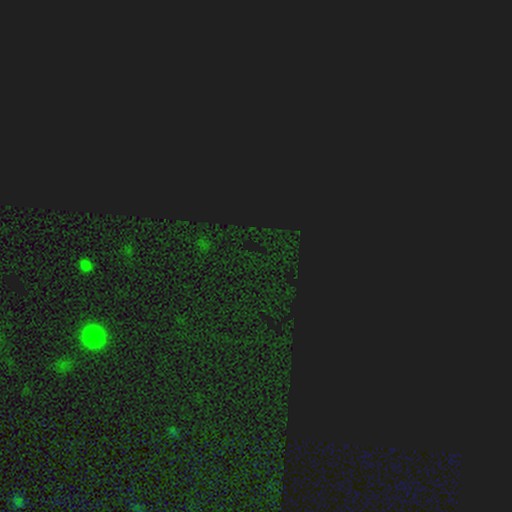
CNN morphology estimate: smooth-or-featured: star or artifact: 82% | smooth: 12% | featured or disk: 6%